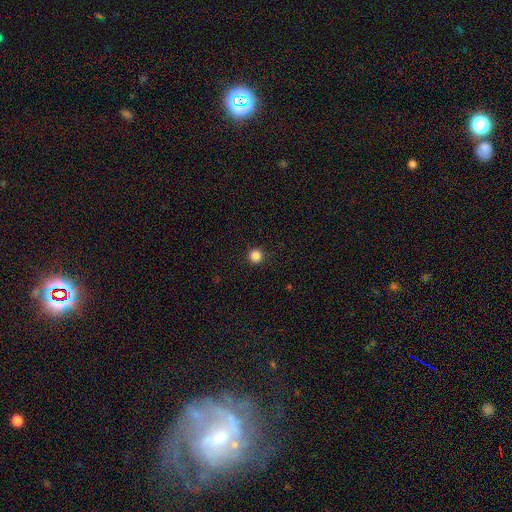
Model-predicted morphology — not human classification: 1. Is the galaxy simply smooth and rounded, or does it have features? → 85% smooth, 12% star or artifact, 3% featured or disk.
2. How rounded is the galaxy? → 96% round, 3% in between, 1% cigar-shaped.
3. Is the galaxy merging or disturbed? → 92% none, 5% minor disturbance, 2% major disturbance, 1% merger.